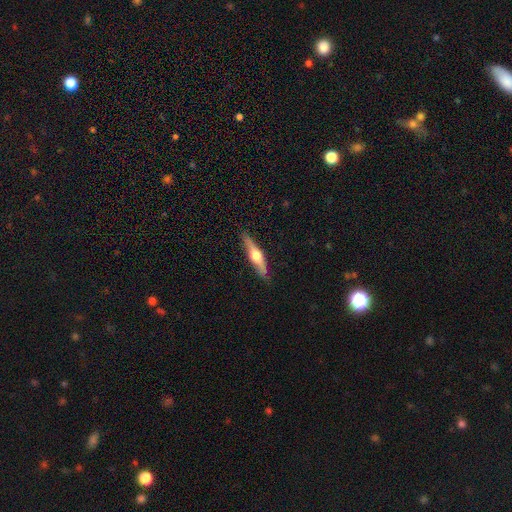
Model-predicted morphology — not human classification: smooth_or_featured: featured or disk (p=0.65) [alt: smooth p=0.30]
disk_edge_on: yes (p=0.96) [alt: no p=0.04]
edge_on_bulge: rounded (p=0.93) [alt: boxy p=0.05]
merging: none (p=0.86) [alt: minor disturbance p=0.10]